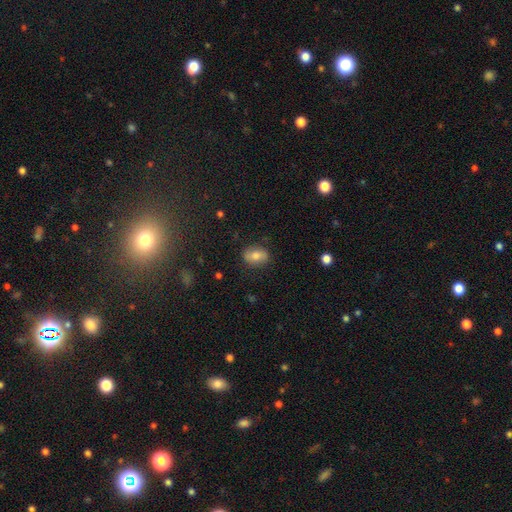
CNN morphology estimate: Smooth or featured? Predicted: smooth (p=0.69). How rounded? Predicted: in between (p=0.81). Merging? Predicted: none (p=0.83).